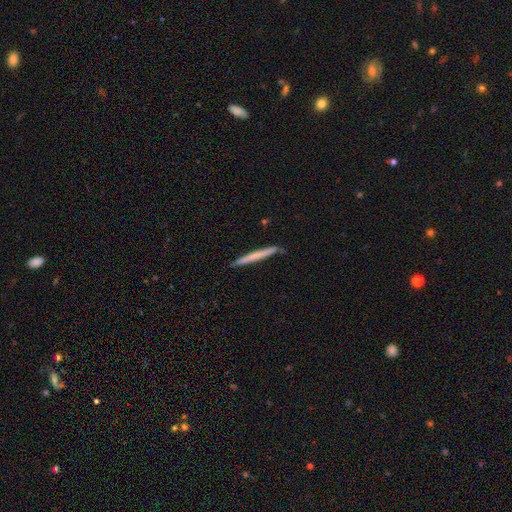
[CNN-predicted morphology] smooth 59%, featured or disk 36%, star or artifact 5%. Down the decision tree: how rounded — cigar-shaped (97%); merging — none (88%).